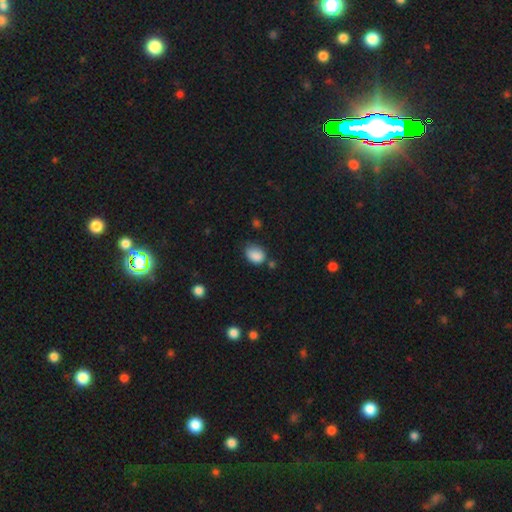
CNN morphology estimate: Smooth or featured?
  - smooth: 85% *
  - star or artifact: 9%
  - featured or disk: 6%
How rounded?
  - in between: 64% *
  - round: 35%
  - cigar-shaped: 1%
Merging?
  - none: 52% *
  - minor disturbance: 34%
  - major disturbance: 9%
  - merger: 5%